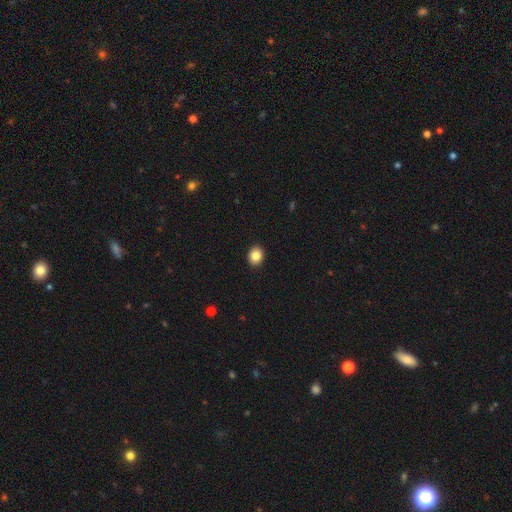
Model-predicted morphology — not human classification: Overall: smooth (85%). How rounded: round (59%; in between 40%). Merging: none (92%).